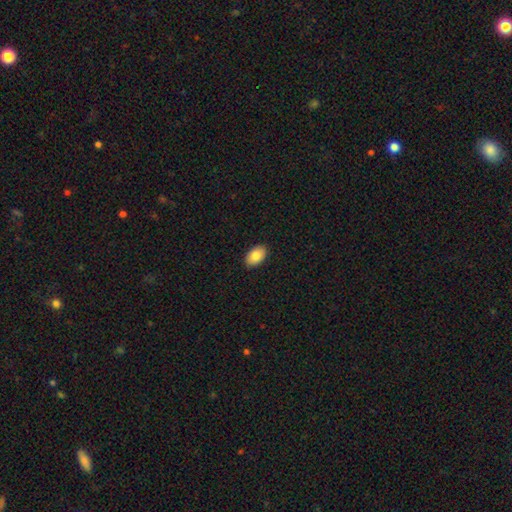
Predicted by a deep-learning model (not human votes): smooth_or_featured: smooth (p=0.86) [alt: featured or disk p=0.07]
how_rounded: in between (p=0.93) [alt: round p=0.06]
merging: none (p=0.90) [alt: minor disturbance p=0.07]